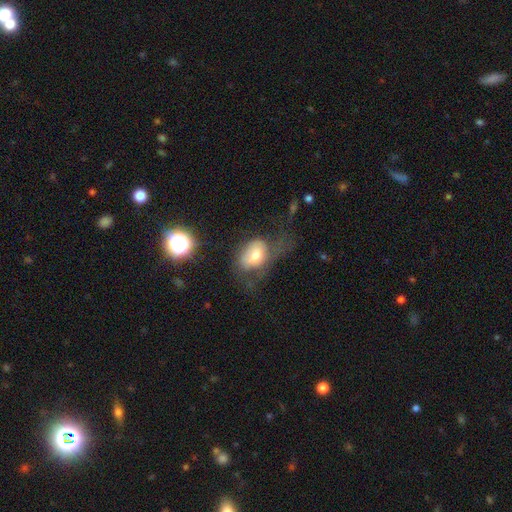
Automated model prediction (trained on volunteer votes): A smooth galaxy with no disk features (65%) that is in between round and cigar-shaped (79%).

Vote fractions:
- Smooth or featured? smooth: 65% / featured or disk: 25% / star or artifact: 10%
- How rounded? in between: 79% / round: 20% / cigar-shaped: 1%
- Merging? major disturbance: 44% / none: 29% / minor disturbance: 23% / merger: 4%